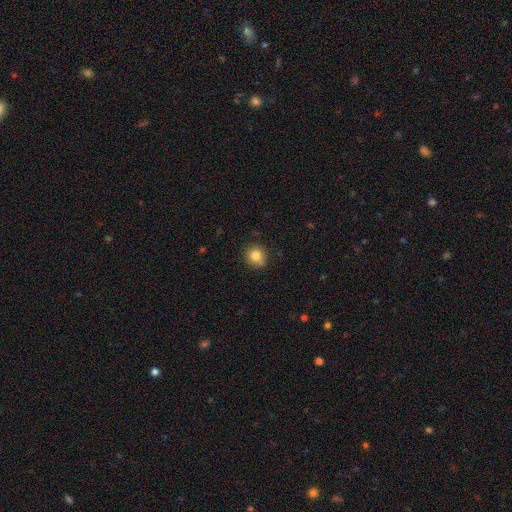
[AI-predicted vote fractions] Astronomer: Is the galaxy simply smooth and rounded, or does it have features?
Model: smooth — 82%.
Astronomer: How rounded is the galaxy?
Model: round — 90%.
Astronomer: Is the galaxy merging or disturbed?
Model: none — 82%.